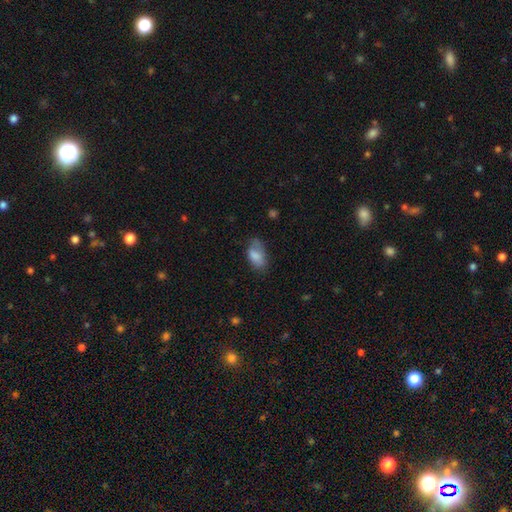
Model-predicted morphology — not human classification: This appears to be a smooth galaxy with no disk features (78%) that is in between round and cigar-shaped (92%). Merging: none (52%).